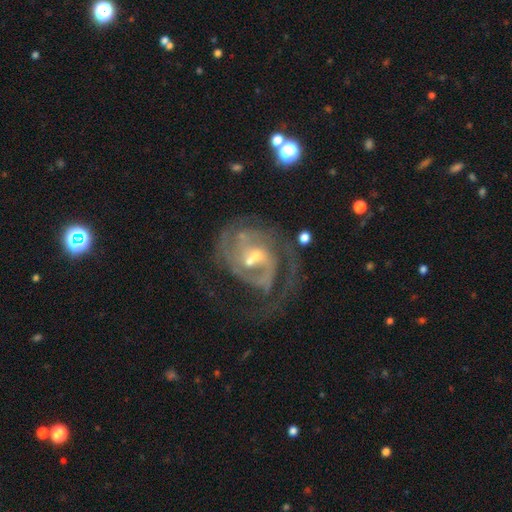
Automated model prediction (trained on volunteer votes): featured or disk 86%, smooth 7%, star or artifact 7%. Down the decision tree: edge-on disk — no (98%); bar — no (51%); spiral arms — yes (93%); spiral arm count — 2 (37%); spiral winding — tight (42%, tied with medium); bulge size — small (63%); merging — none (37%).